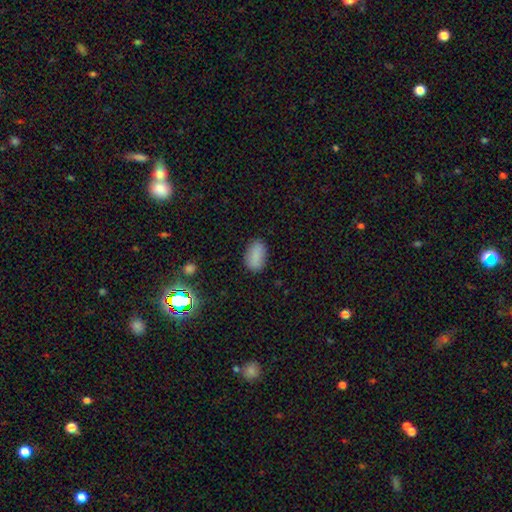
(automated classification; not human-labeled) Smooth or featured? smooth (84%)
How rounded? in between (92%)
Merging? none (81%)